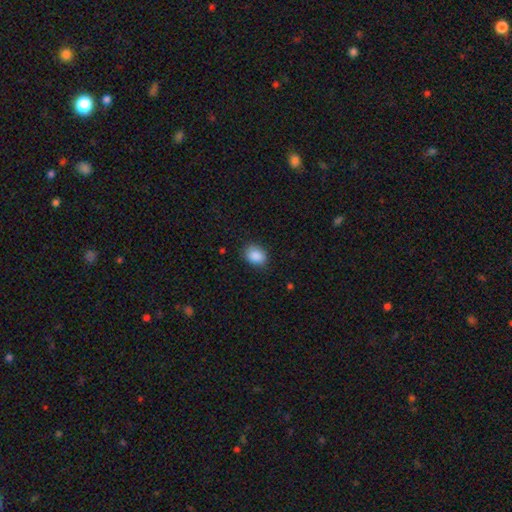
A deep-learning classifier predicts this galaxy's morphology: Smooth or featured? Predicted: smooth (p=0.89). How rounded? Predicted: in between (p=0.68). Merging? Predicted: none (p=0.83).